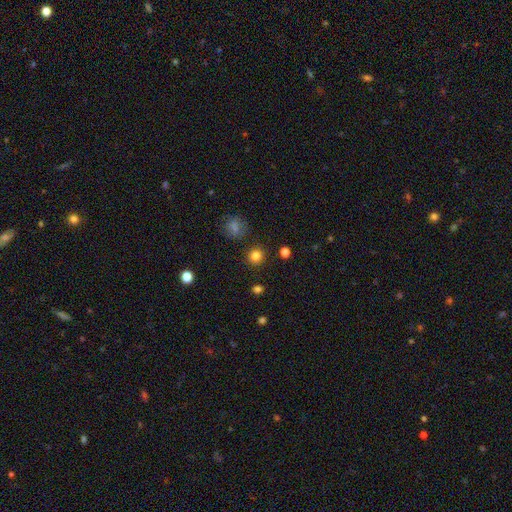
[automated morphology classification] type=smooth (82%); roundness=round (92%); merging=none (89%).